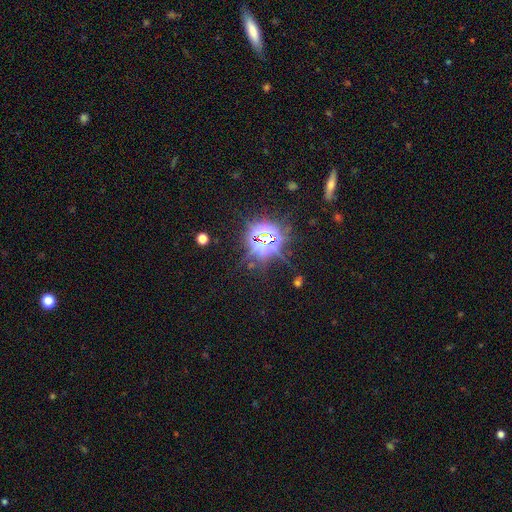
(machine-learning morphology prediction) Overall: star or artifact (82%).